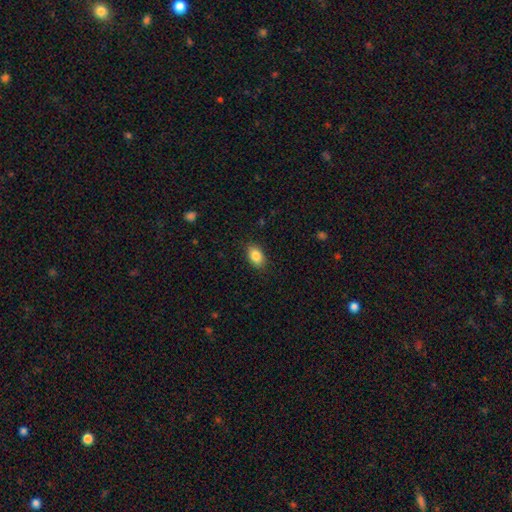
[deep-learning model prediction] This appears to be a smooth galaxy with no disk features (86%) that is in between round and cigar-shaped (87%). Merging: none (87%).